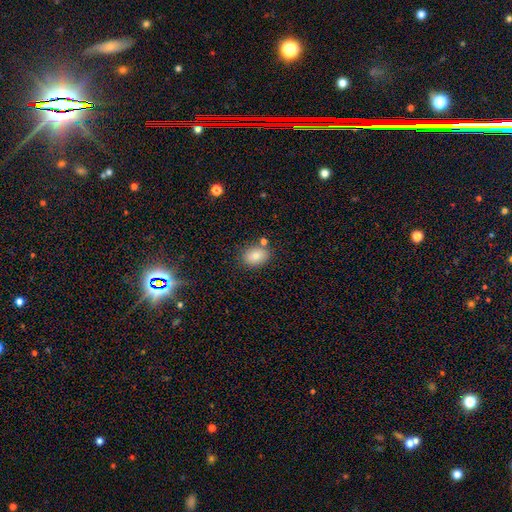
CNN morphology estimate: This appears to be a smooth galaxy with no disk features (81%) that is in between round and cigar-shaped (75%). Merging: none (77%).